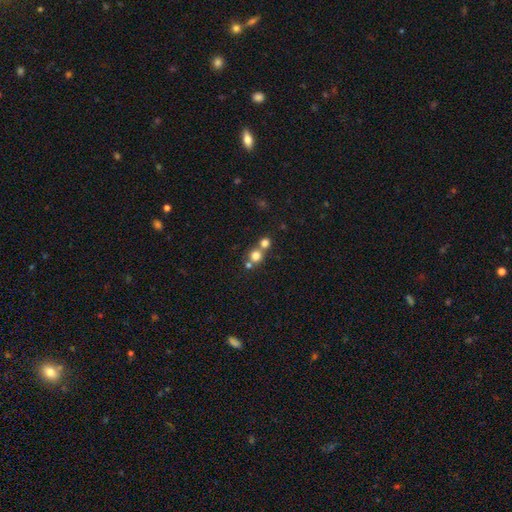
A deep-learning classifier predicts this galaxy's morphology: Smooth or featured: smooth — 74% (star or artifact — 15%)
How rounded: round — 89% (in between — 10%)
Merging: none — 50% (merger — 42%)